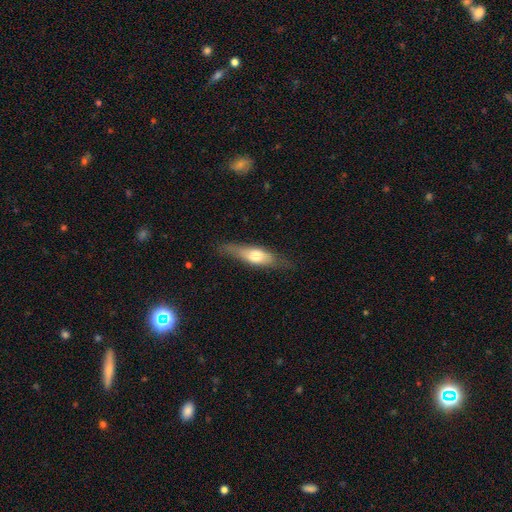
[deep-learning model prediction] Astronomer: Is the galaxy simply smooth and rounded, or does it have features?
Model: smooth — 59% (runner-up: featured or disk, 35%).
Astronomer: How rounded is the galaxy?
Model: cigar-shaped — 50% (runner-up: in between, 47%).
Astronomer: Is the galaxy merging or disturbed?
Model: none — 72%.